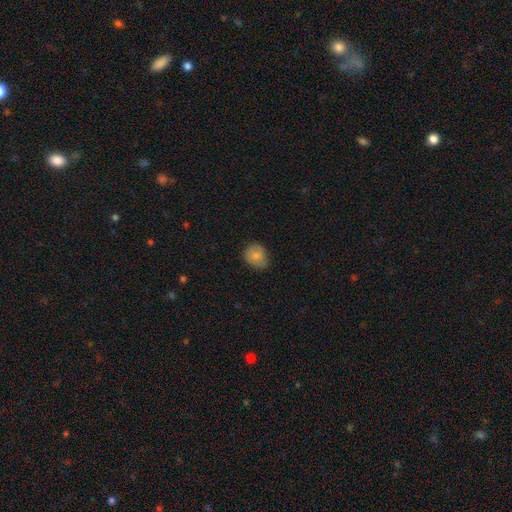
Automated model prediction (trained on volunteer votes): smooth 82%, featured or disk 9%, star or artifact 8%. Down the decision tree: how rounded — round (58%); merging — none (69%).